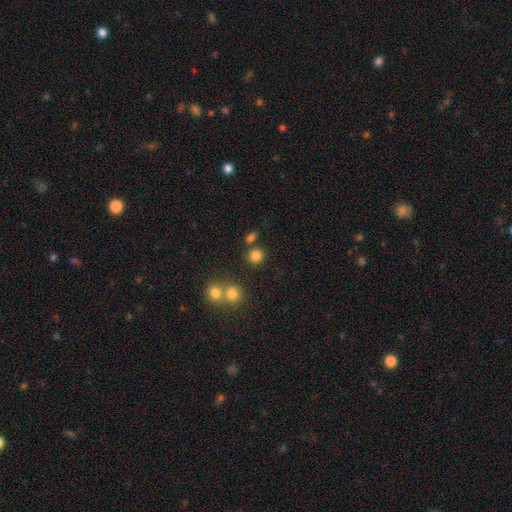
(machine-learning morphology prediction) Smooth or featured?
  - smooth: 81% *
  - star or artifact: 13%
  - featured or disk: 6%
How rounded?
  - round: 88% *
  - in between: 11%
  - cigar-shaped: 1%
Merging?
  - none: 74% *
  - merger: 14%
  - minor disturbance: 8%
  - major disturbance: 4%